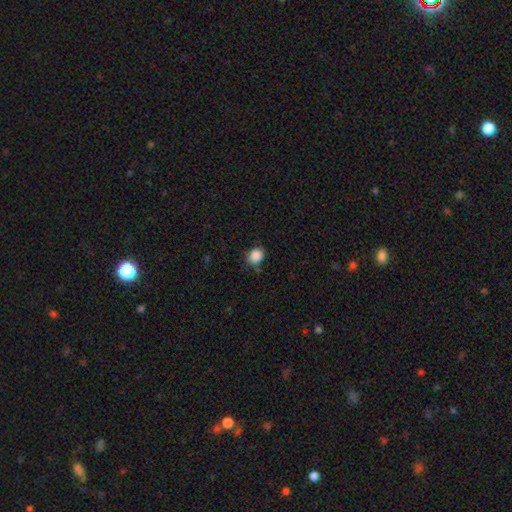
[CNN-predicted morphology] Overall: smooth (87%). How rounded: round (63%; in between 36%). Merging: none (73%).